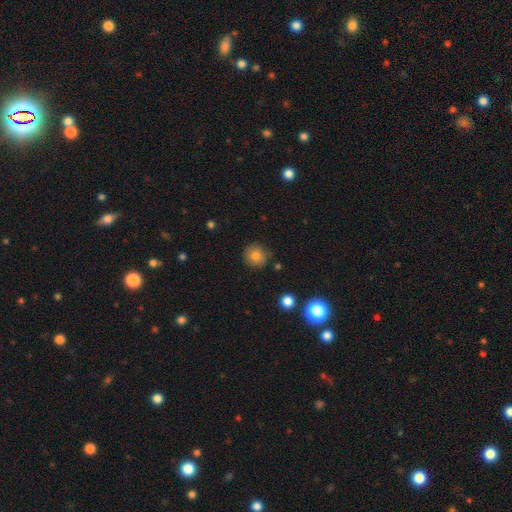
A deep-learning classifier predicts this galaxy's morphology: Overall: smooth (81%). How rounded: round (93%). Merging: none (87%).